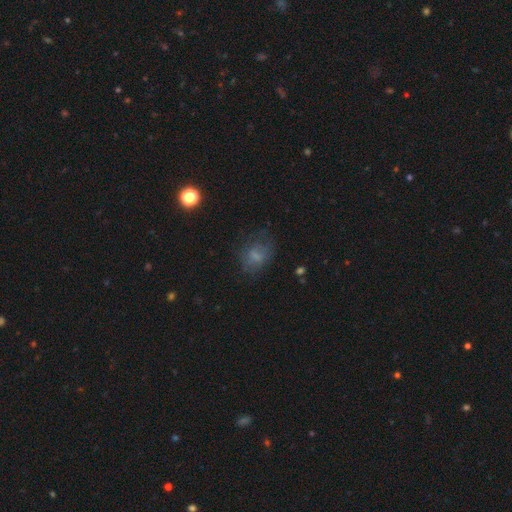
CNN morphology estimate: Smooth or featured?
  - smooth: 60% *
  - featured or disk: 25%
  - star or artifact: 15%
How rounded?
  - in between: 58% *
  - round: 40%
  - cigar-shaped: 2%
Merging?
  - none: 56% *
  - minor disturbance: 23%
  - major disturbance: 19%
  - merger: 2%